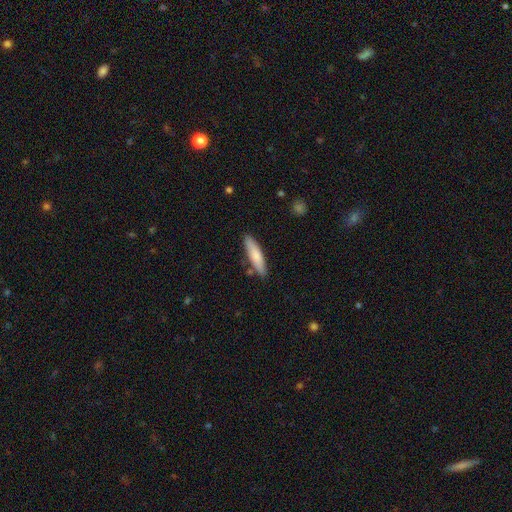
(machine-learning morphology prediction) The model was most divided on "how rounded": cigar-shaped: 75%, in between: 24%, round: 1%. More confident: merging — none (84%); smooth or featured — smooth (78%).